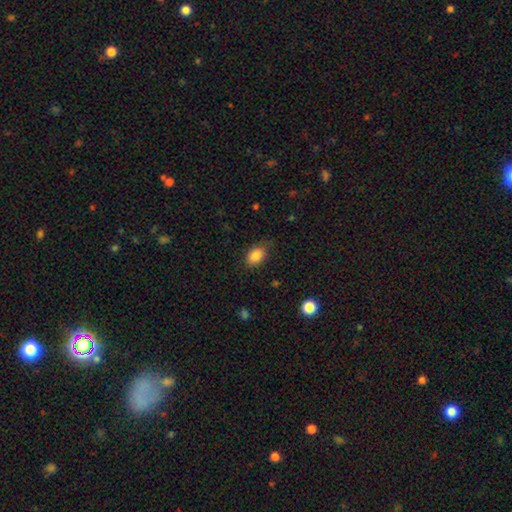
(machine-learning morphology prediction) Smooth or featured? Predicted: smooth (p=0.86). How rounded? Predicted: in between (p=0.85). Merging? Predicted: none (p=0.77).